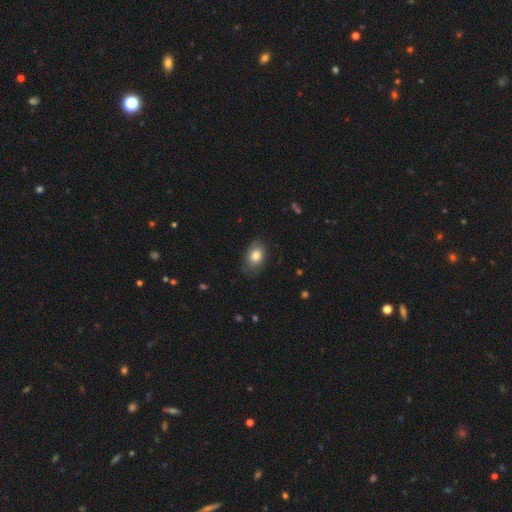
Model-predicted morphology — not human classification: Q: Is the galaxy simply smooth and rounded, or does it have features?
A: smooth — 78%.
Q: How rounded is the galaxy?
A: in between — 83%.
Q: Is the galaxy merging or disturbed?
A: none — 73%.